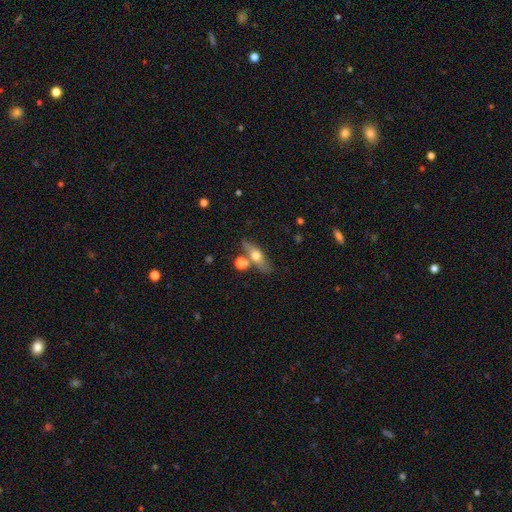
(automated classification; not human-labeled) Morphology: type=smooth (50%); merging=none (67%).